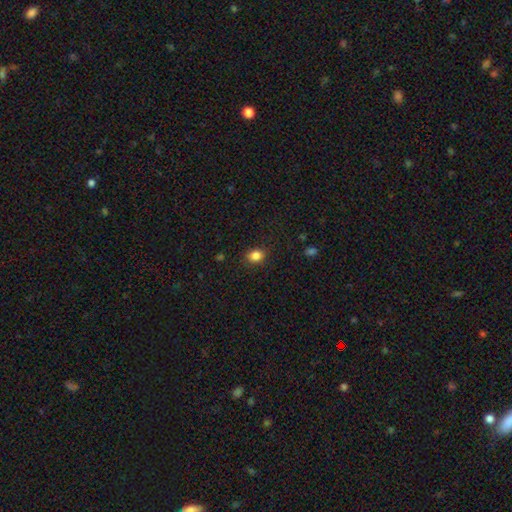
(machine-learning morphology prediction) This is clearly a smooth galaxy (85%). How rounded: possibly in between (51%). Merging: clearly none (87%).